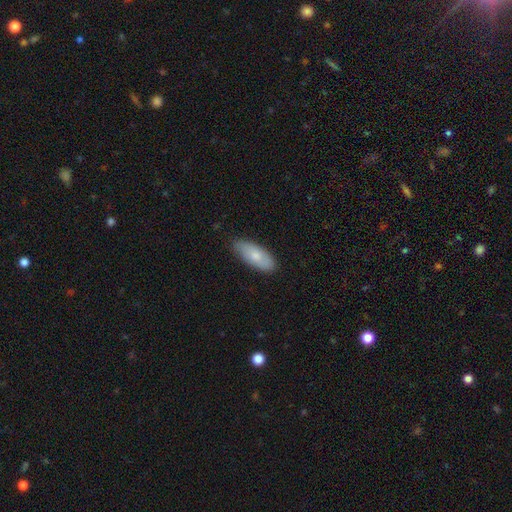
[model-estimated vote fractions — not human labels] Overall: smooth (76%). How rounded: in between (80%). Merging: none (81%).